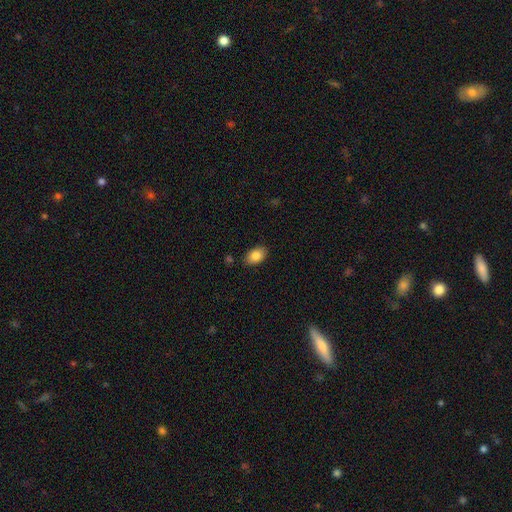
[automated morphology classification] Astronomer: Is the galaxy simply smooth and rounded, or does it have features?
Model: smooth — 86%.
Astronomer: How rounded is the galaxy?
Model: in between — 89%.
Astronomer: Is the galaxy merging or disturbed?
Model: none — 84%.